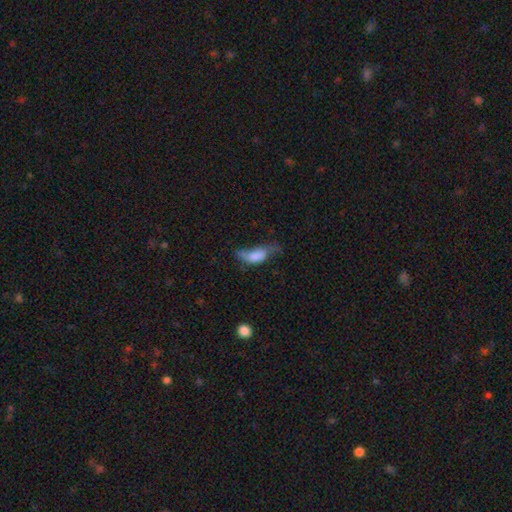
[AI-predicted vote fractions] Smooth or featured?
  - smooth: 66% *
  - featured or disk: 25%
  - star or artifact: 9%
How rounded?
  - in between: 81% *
  - cigar-shaped: 15%
  - round: 4%
Merging?
  - major disturbance: 40% *
  - minor disturbance: 29%
  - none: 24%
  - merger: 7%